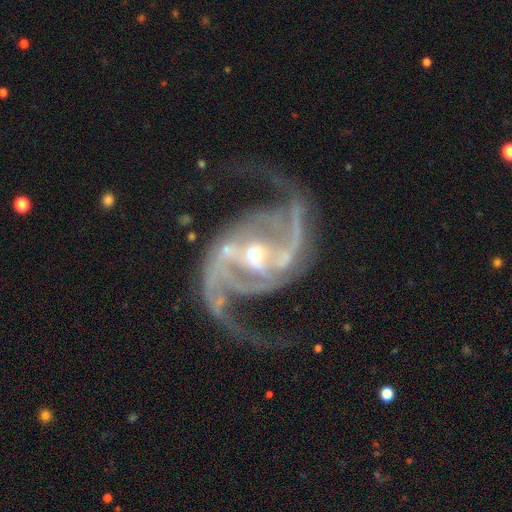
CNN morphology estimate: smooth_or_featured: featured or disk (p=0.94) [alt: star or artifact p=0.04]
disk_edge_on: no (p=0.98) [alt: yes p=0.02]
bar: strong (p=0.45) [alt: weak p=0.34]
has_spiral_arms: yes (p=0.99) [alt: no p=0.01]
spiral_winding: medium (p=0.56) [alt: loose p=0.30]
spiral_arm_count: 2 (p=0.89) [alt: 3 p=0.04]
bulge_size: moderate (p=0.56) [alt: small p=0.38]
merging: none (p=0.72) [alt: minor disturbance p=0.14]